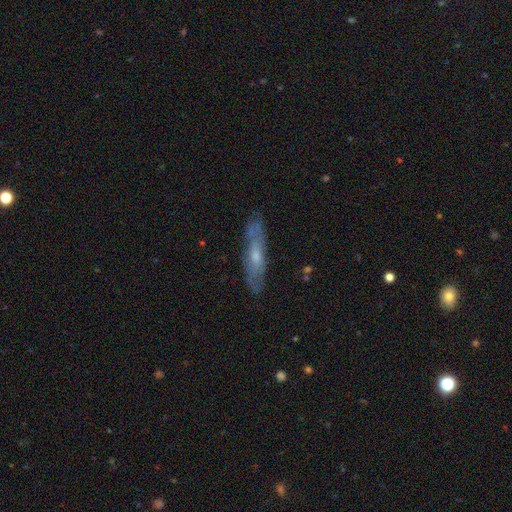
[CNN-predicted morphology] The model was most divided on "edge-on disk": yes: 52%, no: 48%. More confident: merging — none (80%); smooth or featured — featured or disk (60%).